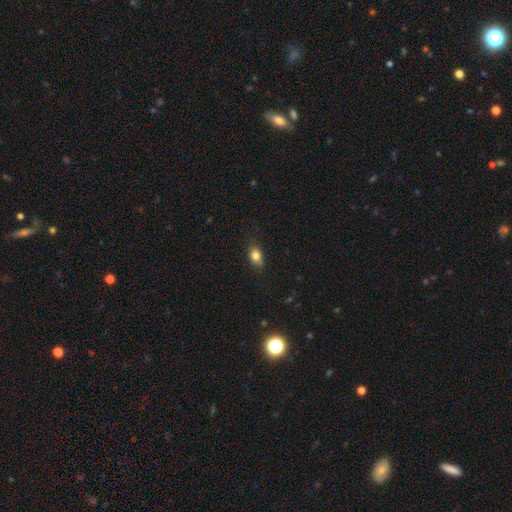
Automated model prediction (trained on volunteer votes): smooth 80%, featured or disk 11%, star or artifact 9%. Down the decision tree: how rounded — in between (81%); merging — none (76%).